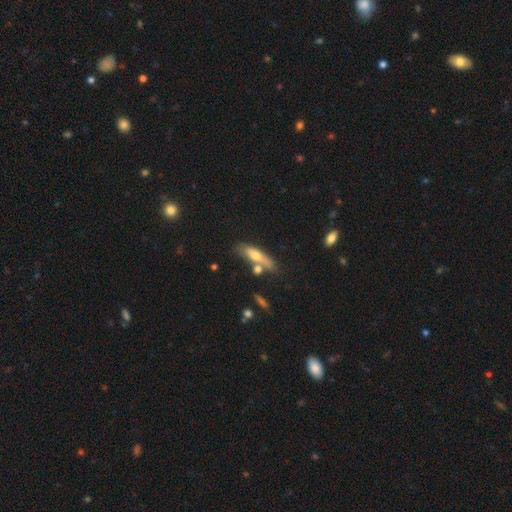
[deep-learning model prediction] Q: Smooth or featured?
A: smooth (55%); runner-up: featured or disk (38%)
Q: How rounded?
A: cigar-shaped (67%); runner-up: in between (30%)
Q: Merging?
A: none (58%); runner-up: minor disturbance (19%)